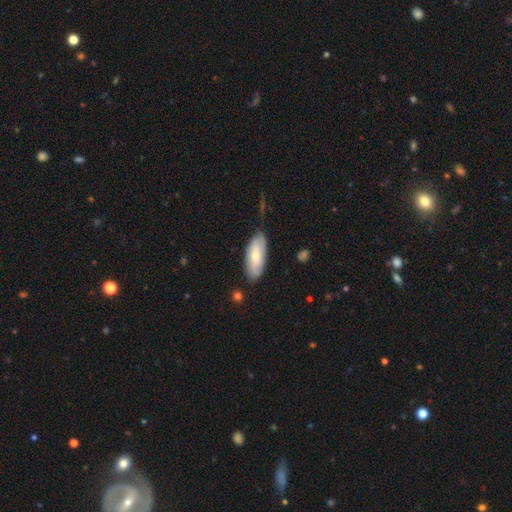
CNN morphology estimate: Q: Smooth or featured?
A: smooth (51%); runner-up: featured or disk (43%)
Q: How rounded?
A: in between (79%); runner-up: cigar-shaped (19%)
Q: Merging?
A: none (77%); runner-up: minor disturbance (17%)